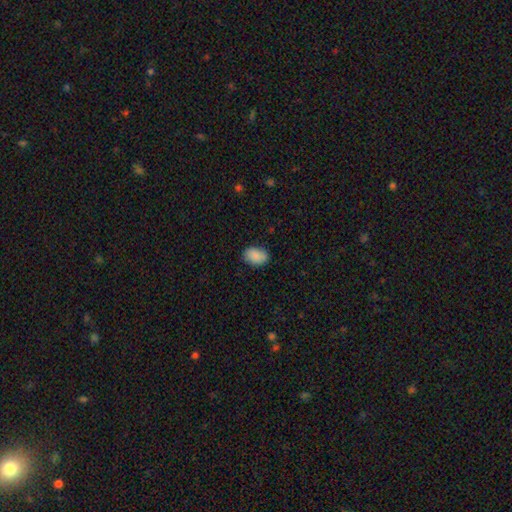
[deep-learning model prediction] Morphology: type=smooth (88%); roundness=in between (81%); merging=none (80%).